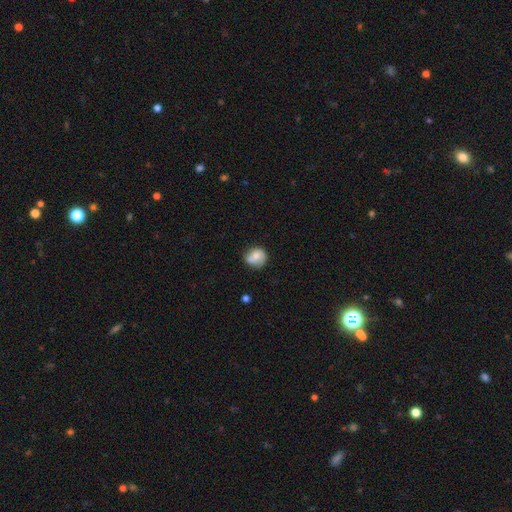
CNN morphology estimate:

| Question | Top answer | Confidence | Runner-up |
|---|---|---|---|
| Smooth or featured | smooth | 66% | featured or disk (26%) |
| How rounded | round | 77% | in between (22%) |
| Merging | none | 56% | minor disturbance (26%) |